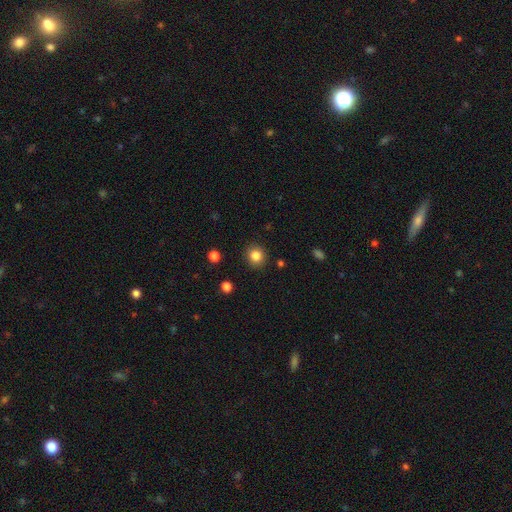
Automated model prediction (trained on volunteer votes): Q: Smooth or featured?
A: smooth (84%); runner-up: star or artifact (11%)
Q: How rounded?
A: round (89%); runner-up: in between (10%)
Q: Merging?
A: none (90%); runner-up: minor disturbance (6%)